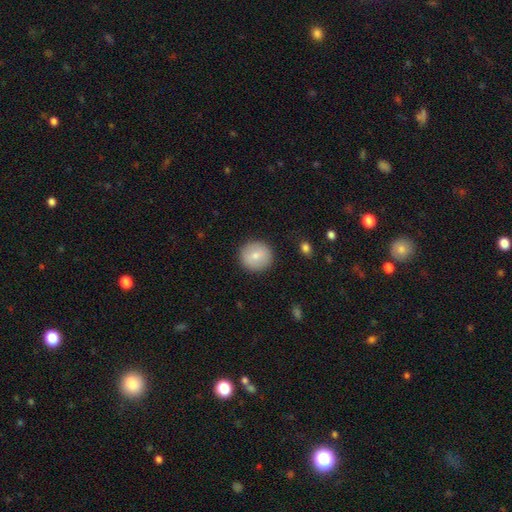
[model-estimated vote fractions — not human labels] A smooth galaxy with no disk features (73%) that is round (93%). Merging: none (85%).